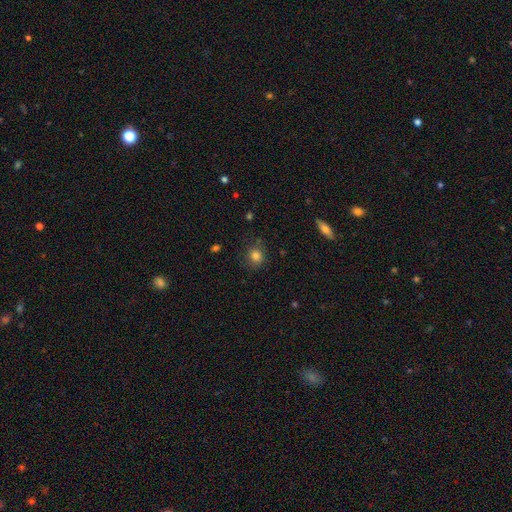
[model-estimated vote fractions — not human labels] A smooth galaxy with no disk features (82%) that is round (84%).

Vote fractions:
- Smooth or featured? smooth: 82% / star or artifact: 12% / featured or disk: 5%
- How rounded? round: 84% / in between: 15% / cigar-shaped: 1%
- Merging? none: 82% / minor disturbance: 12% / major disturbance: 3% / merger: 2%